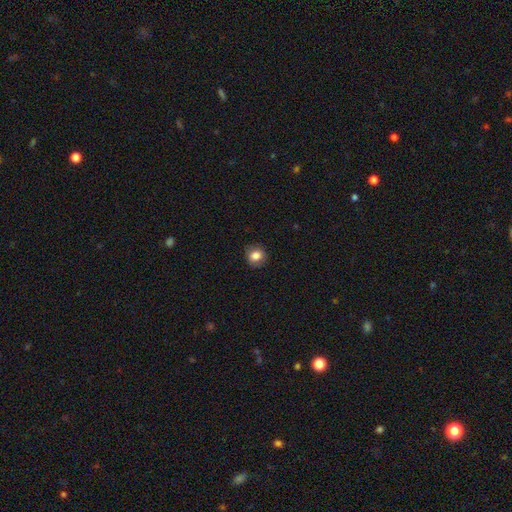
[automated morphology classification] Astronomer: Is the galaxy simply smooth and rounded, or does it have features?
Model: smooth — 82%.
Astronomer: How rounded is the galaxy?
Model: round — 80%.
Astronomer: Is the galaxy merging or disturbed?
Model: none — 86%.